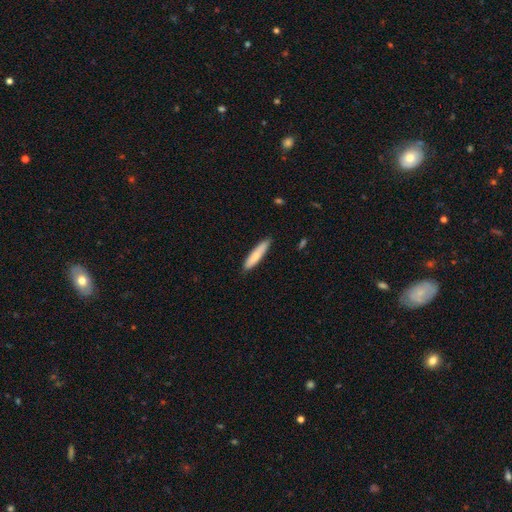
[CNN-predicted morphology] Smooth or featured: smooth — 78% (featured or disk — 16%)
How rounded: cigar-shaped — 82% (in between — 17%)
Merging: none — 86% (minor disturbance — 11%)